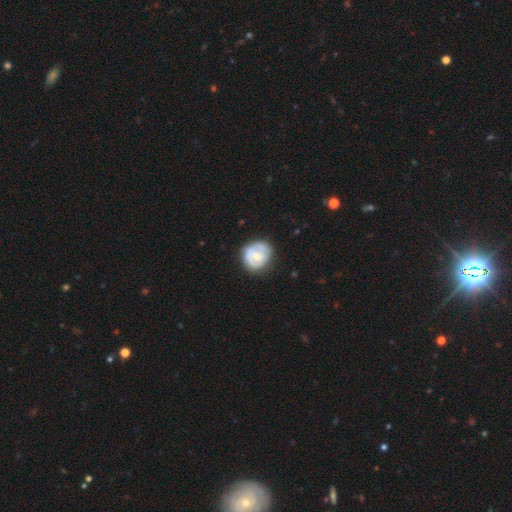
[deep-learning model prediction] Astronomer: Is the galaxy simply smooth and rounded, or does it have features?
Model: featured or disk — 53% (runner-up: smooth, 42%).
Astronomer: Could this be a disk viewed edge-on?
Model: no — 97%.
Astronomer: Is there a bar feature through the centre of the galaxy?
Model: no — 75%.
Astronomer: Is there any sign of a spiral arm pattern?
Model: yes — 56% (runner-up: no, 44%).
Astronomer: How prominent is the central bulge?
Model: moderate — 50% (runner-up: small, 42%).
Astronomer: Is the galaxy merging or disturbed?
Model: none — 69%.